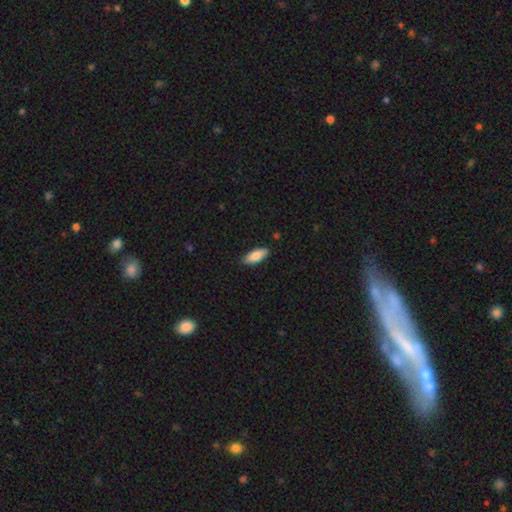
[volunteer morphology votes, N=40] smooth 80%, featured or disk 18%, star or artifact 2%. Down the decision tree: how rounded — in between (78%); merging — none (90%).